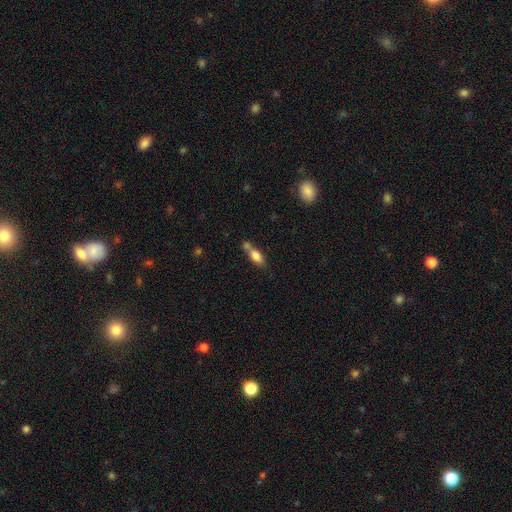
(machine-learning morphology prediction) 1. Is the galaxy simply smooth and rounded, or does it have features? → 76% smooth, 16% featured or disk, 8% star or artifact.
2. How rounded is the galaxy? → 75% in between, 21% cigar-shaped, 4% round.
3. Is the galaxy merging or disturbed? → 41% none, 38% merger, 16% minor disturbance, 5% major disturbance.